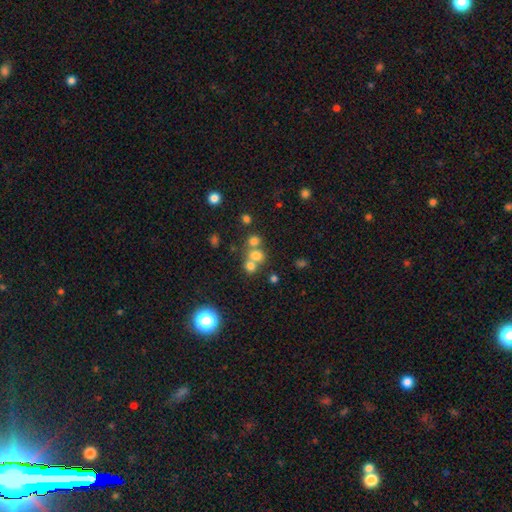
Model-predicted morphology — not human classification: Q: Smooth or featured?
A: smooth (67%); runner-up: star or artifact (20%)
Q: How rounded?
A: round (77%); runner-up: in between (22%)
Q: Merging?
A: merger (47%); runner-up: none (43%)